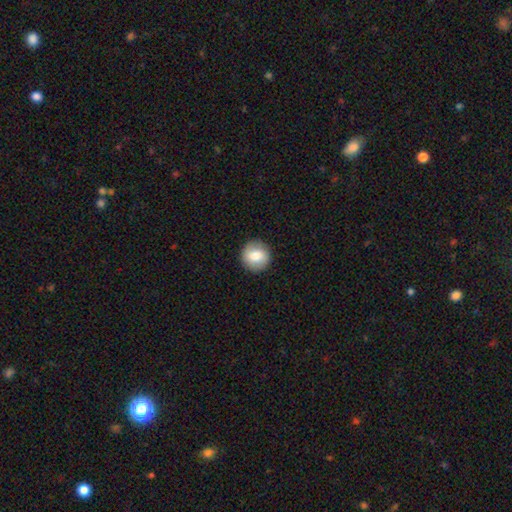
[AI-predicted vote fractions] This is likely a smooth galaxy (77%). How rounded: clearly round (93%). Merging: clearly none (90%).